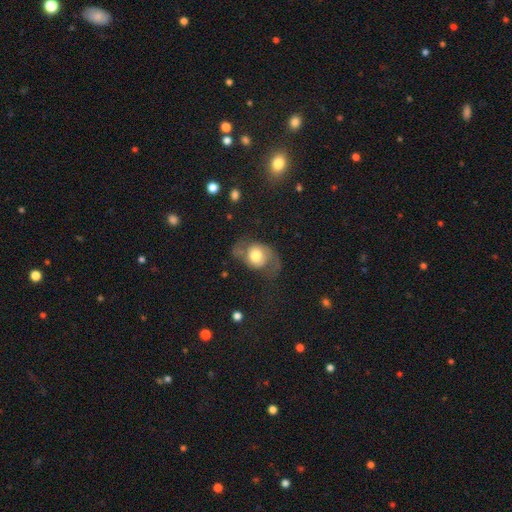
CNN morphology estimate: Q: Smooth or featured?
A: featured or disk (51%); runner-up: smooth (41%)
Q: Edge-on disk?
A: no (95%); runner-up: yes (5%)
Q: Merging?
A: none (44%); runner-up: major disturbance (31%)